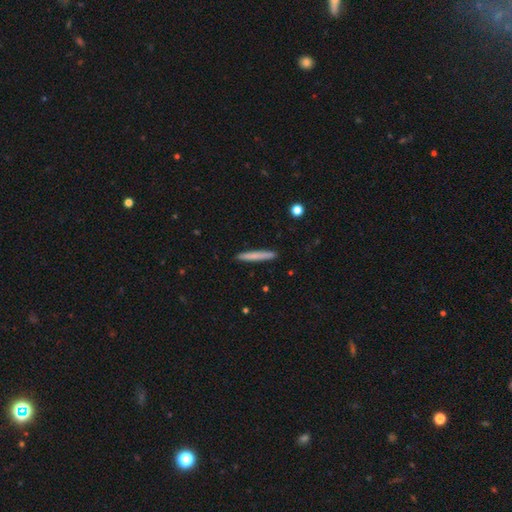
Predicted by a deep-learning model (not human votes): smooth-or-featured: smooth: 73% | featured or disk: 21% | star or artifact: 6%
  how-rounded: cigar-shaped: 96% | in between: 2% | round: 1%
  merging: none: 91% | minor disturbance: 6% | major disturbance: 1% | merger: 1%